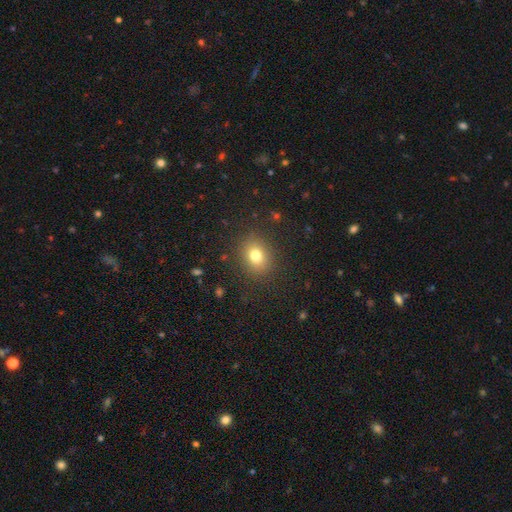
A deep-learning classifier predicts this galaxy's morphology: The model was most divided on "how rounded": round: 57%, in between: 42%, cigar-shaped: 1%. More confident: merging — none (87%); smooth or featured — smooth (77%).